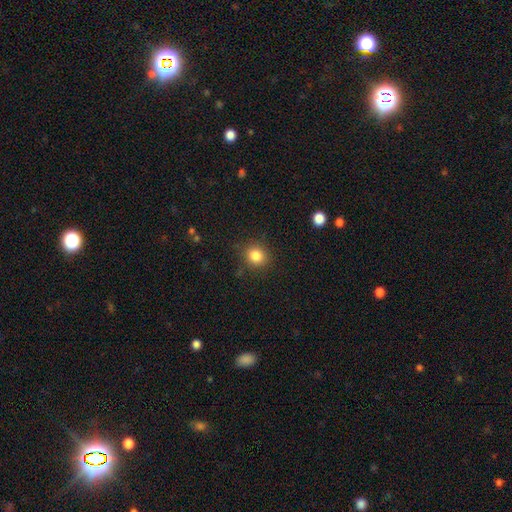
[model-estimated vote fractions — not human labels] Overall: smooth (84%). How rounded: round (82%). Merging: none (86%).